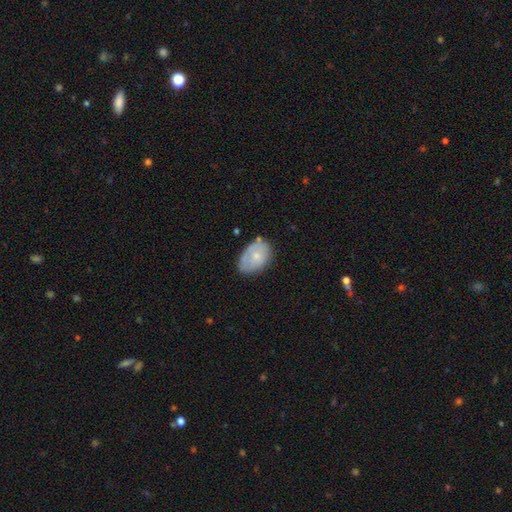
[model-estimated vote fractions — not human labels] smooth_or_featured: smooth (p=0.67) [alt: featured or disk p=0.26]
how_rounded: in between (p=0.83) [alt: round p=0.16]
merging: none (p=0.60) [alt: minor disturbance p=0.30]